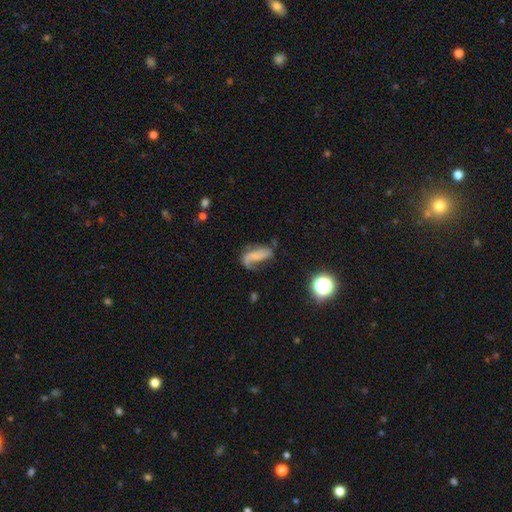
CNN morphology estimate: Smooth or featured: featured or disk — 52% (smooth — 36%)
Edge-on disk: no — 94% (yes — 6%)
Merging: major disturbance — 36% (none — 35%)